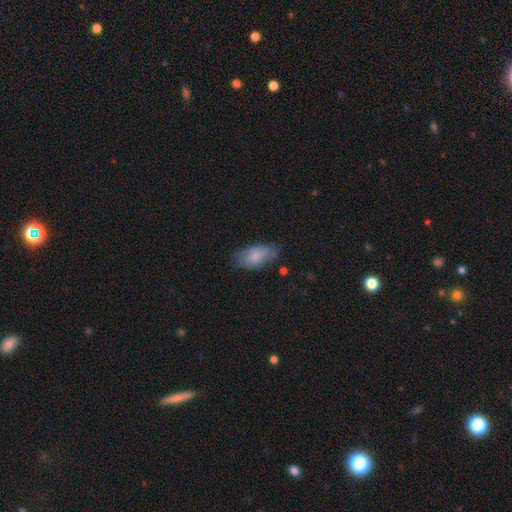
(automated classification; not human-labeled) smooth_or_featured: smooth (p=0.78) [alt: featured or disk p=0.15]
how_rounded: in between (p=0.92) [alt: cigar-shaped p=0.05]
merging: none (p=0.62) [alt: minor disturbance p=0.27]